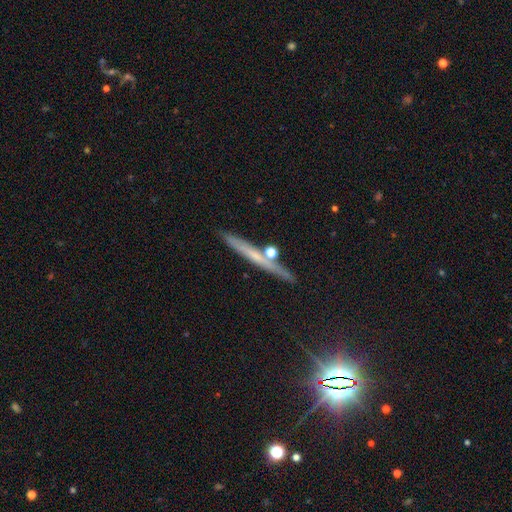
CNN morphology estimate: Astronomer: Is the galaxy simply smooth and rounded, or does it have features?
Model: featured or disk — 51% (runner-up: smooth, 38%).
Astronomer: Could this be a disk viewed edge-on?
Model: yes — 94%.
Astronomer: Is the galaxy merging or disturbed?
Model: none — 82%.